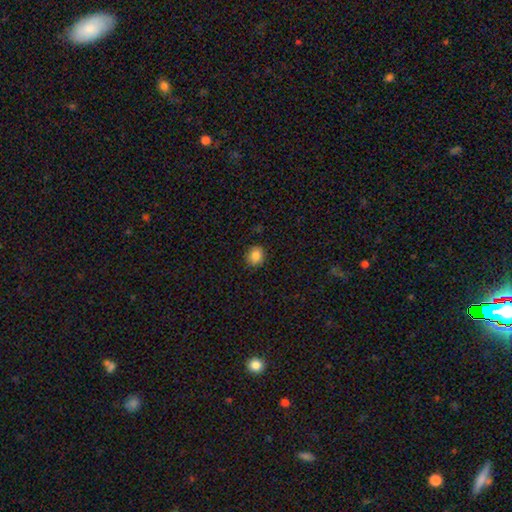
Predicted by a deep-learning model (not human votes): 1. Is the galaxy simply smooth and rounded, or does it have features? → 84% smooth, 10% star or artifact, 6% featured or disk.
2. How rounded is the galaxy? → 73% round, 27% in between, 1% cigar-shaped.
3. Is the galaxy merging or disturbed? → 89% none, 8% minor disturbance, 2% major disturbance, 1% merger.